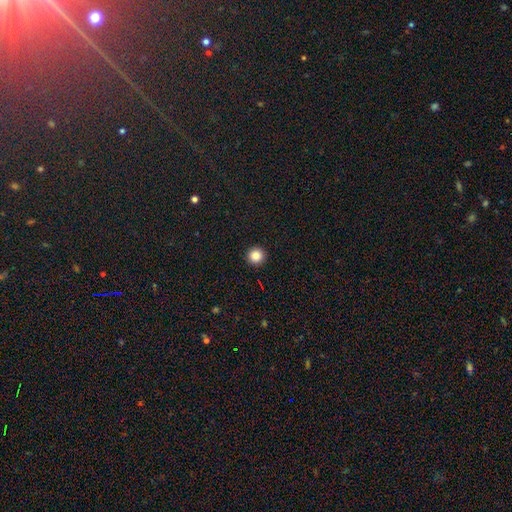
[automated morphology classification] This is clearly a smooth galaxy (85%). How rounded: clearly round (96%). Merging: clearly none (94%).